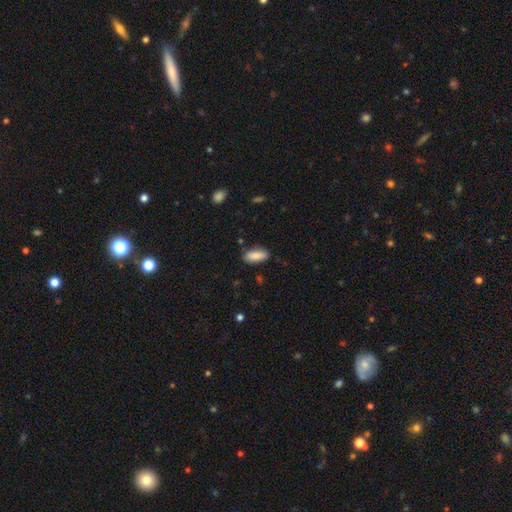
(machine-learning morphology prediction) Smooth or featured? smooth (85%)
How rounded? in between (79%)
Merging? none (84%)